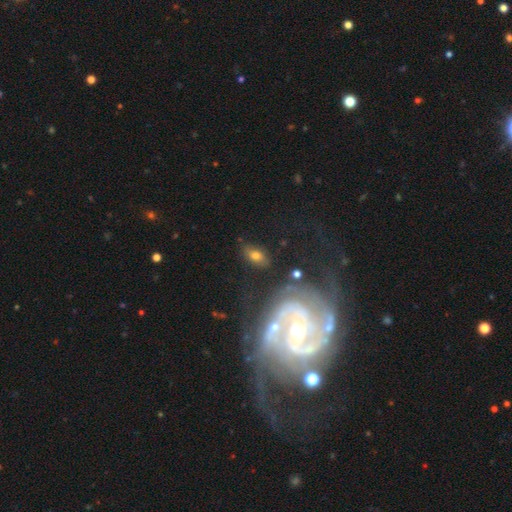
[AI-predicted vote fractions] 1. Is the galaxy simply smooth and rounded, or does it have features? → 67% smooth, 21% featured or disk, 13% star or artifact.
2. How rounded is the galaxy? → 86% in between, 10% round, 4% cigar-shaped.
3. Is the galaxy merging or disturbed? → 75% none, 15% minor disturbance, 6% major disturbance, 4% merger.